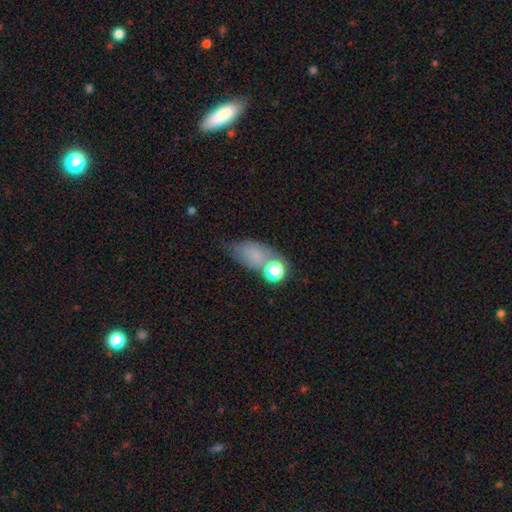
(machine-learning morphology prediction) smooth 67%, featured or disk 18%, star or artifact 15%. Down the decision tree: how rounded — in between (75%); merging — none (41%).